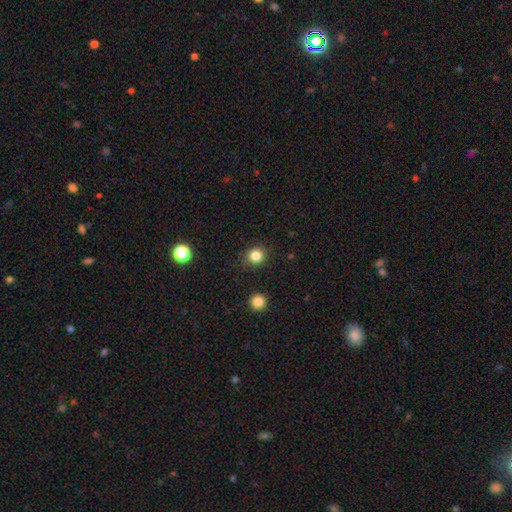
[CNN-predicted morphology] Smooth or featured: smooth — 83% (star or artifact — 13%)
How rounded: round — 87% (in between — 12%)
Merging: none — 89% (minor disturbance — 7%)